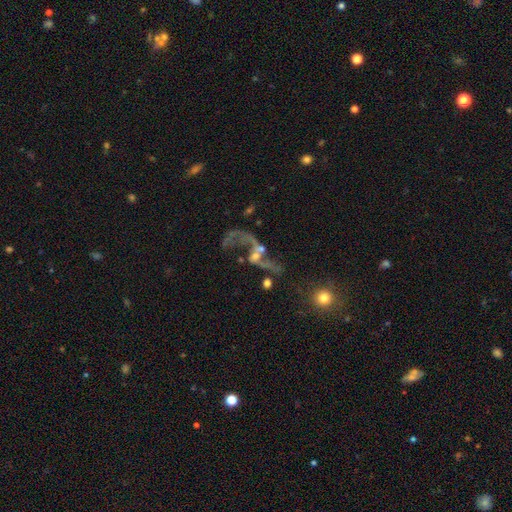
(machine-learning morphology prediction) smooth_or_featured: featured or disk (p=0.69) [alt: smooth p=0.16]
disk_edge_on: no (p=0.94) [alt: yes p=0.06]
bar: no (p=0.70) [alt: weak p=0.21]
has_spiral_arms: yes (p=0.56) [alt: no p=0.44]
bulge_size: small (p=0.40) [alt: none p=0.28]
merging: merger (p=0.37) [alt: major disturbance p=0.33]